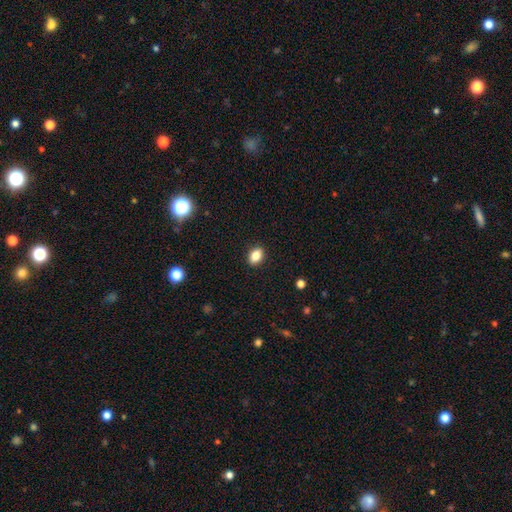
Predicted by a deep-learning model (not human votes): Overall: smooth (84%). How rounded: in between (76%). Merging: none (90%).